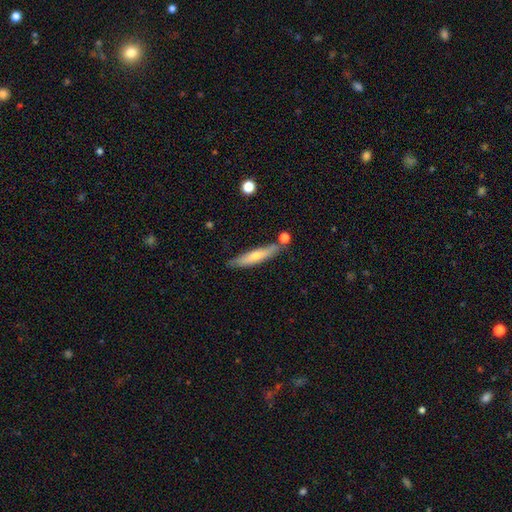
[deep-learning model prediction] Smooth or featured? Predicted: smooth (p=0.47). Merging? Predicted: none (p=0.79).